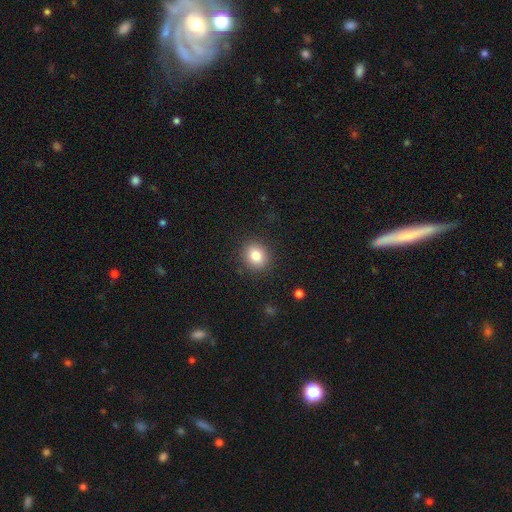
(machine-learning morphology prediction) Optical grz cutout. It shows a smooth galaxy with no disk features (83%) that is round (65%). Merging: none (88%).